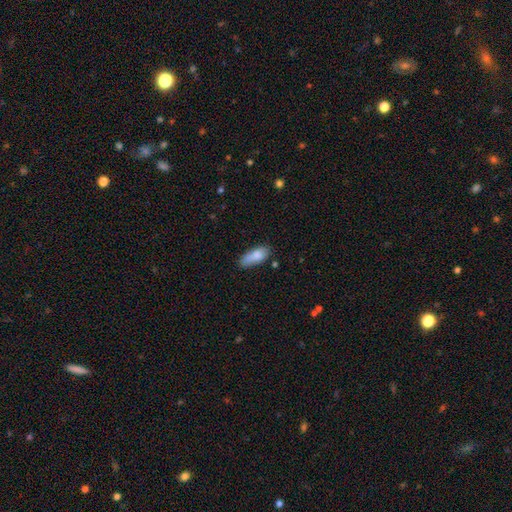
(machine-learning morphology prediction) Q: Smooth or featured?
A: smooth (83%); runner-up: featured or disk (10%)
Q: How rounded?
A: in between (74%); runner-up: cigar-shaped (23%)
Q: Merging?
A: none (63%); runner-up: minor disturbance (27%)